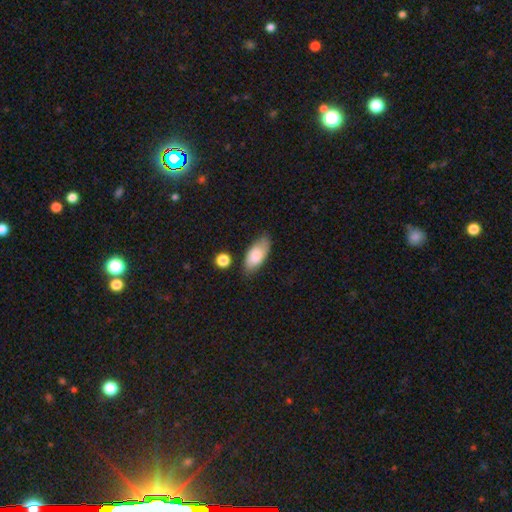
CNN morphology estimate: Overall: smooth (77%). How rounded: in between (88%). Merging: none (74%).